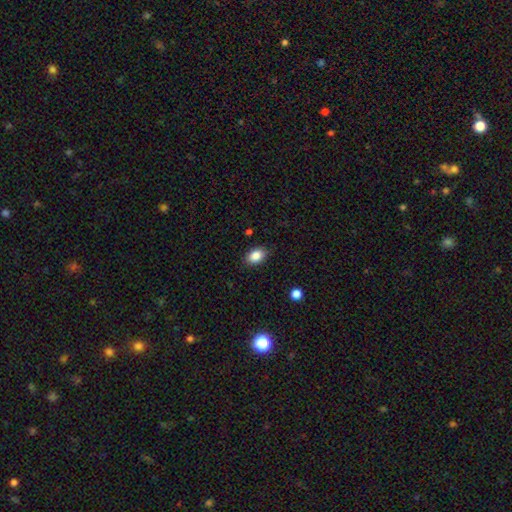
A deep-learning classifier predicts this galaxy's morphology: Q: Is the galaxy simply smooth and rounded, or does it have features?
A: smooth — 86%.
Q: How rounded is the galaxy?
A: in between — 85%.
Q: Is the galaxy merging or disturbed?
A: none — 86%.